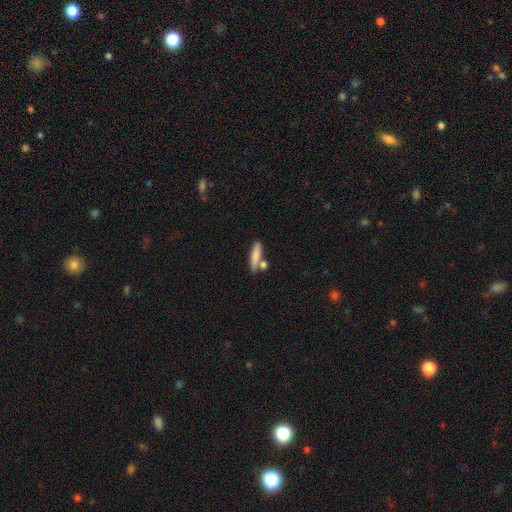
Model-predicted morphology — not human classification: A smooth galaxy with no disk features (78%) that is cigar-shaped (77%). Merging: none (66%).